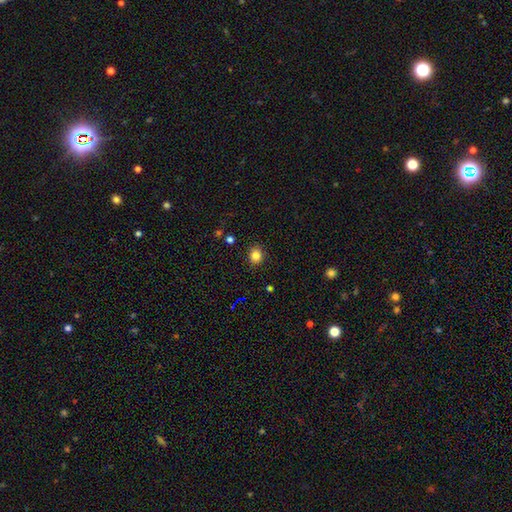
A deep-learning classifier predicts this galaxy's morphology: smooth_or_featured: smooth (p=0.82) [alt: star or artifact p=0.13]
how_rounded: round (p=0.71) [alt: in between p=0.28]
merging: none (p=0.88) [alt: minor disturbance p=0.08]